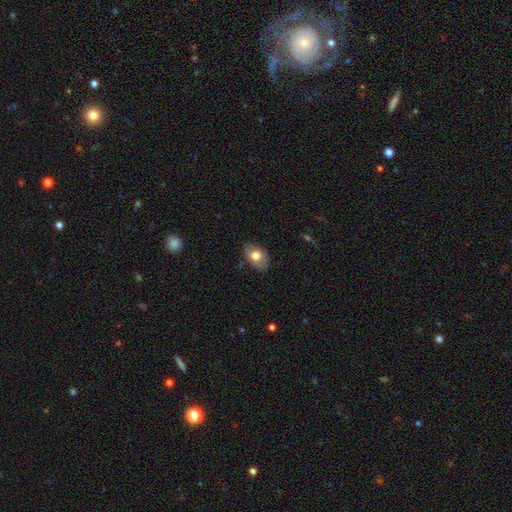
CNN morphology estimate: Overall: smooth (70%). How rounded: in between (86%). Merging: none (76%).